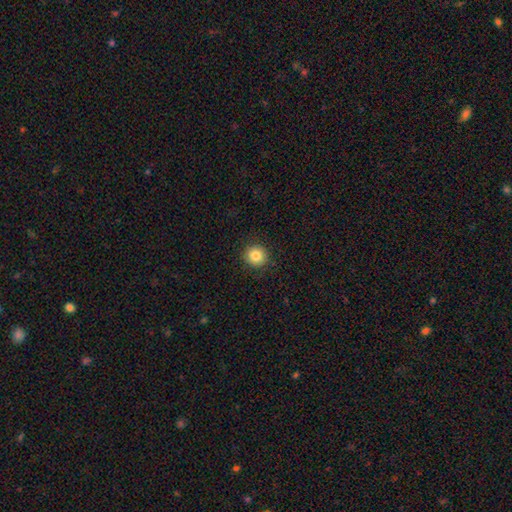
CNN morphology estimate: Overall: smooth (84%). How rounded: round (94%). Merging: none (91%).